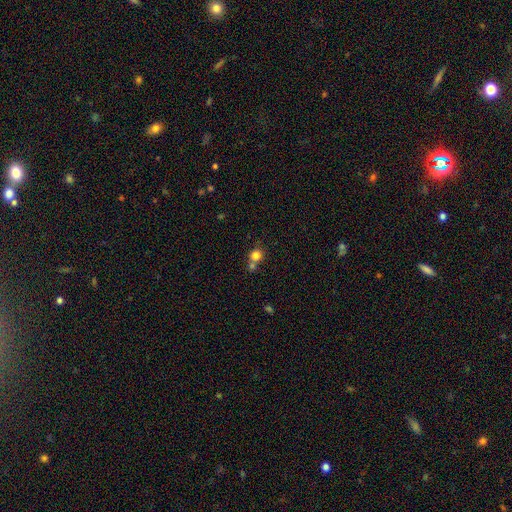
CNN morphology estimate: This is likely a smooth galaxy (79%). How rounded: clearly round (86%). Merging: possibly none (49%).